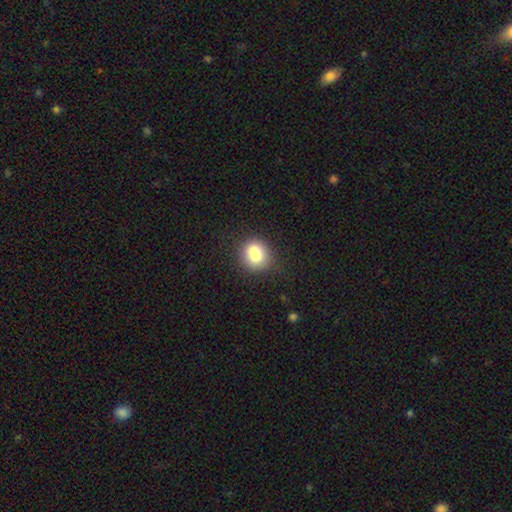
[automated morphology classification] Overall: smooth (74%). How rounded: round (74%). Merging: none (52%; merger 31%).